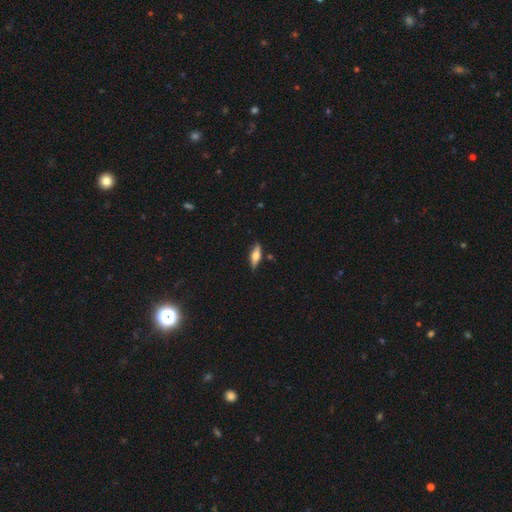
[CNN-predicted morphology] A smooth galaxy with no disk features (51%) that is in between round and cigar-shaped (56%). Merging: none (81%).